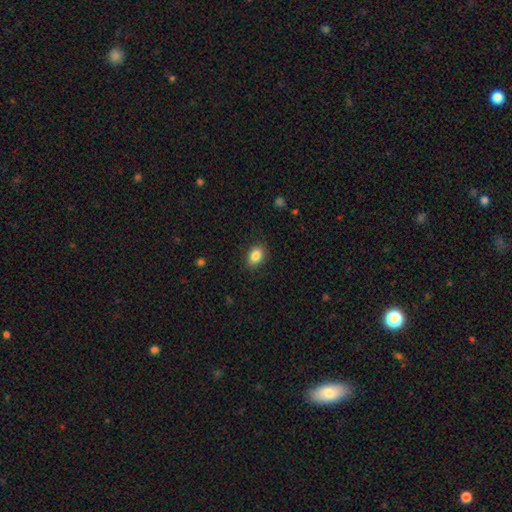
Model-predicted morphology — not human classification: smooth 86%, star or artifact 8%, featured or disk 5%. Down the decision tree: how rounded — in between (83%); merging — none (88%).